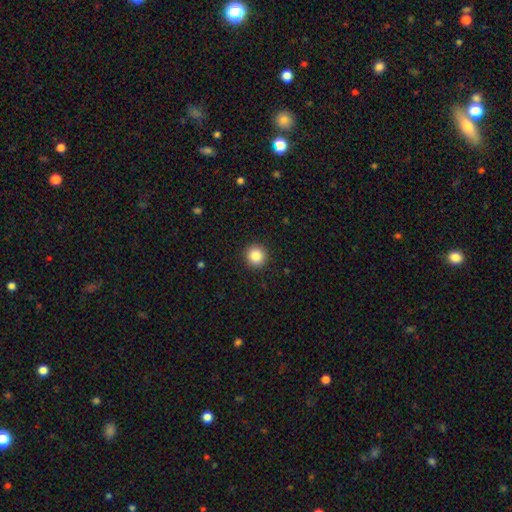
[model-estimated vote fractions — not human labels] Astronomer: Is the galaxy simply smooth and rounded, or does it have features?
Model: smooth — 85%.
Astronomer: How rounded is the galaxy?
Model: round — 95%.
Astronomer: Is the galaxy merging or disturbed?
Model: none — 92%.